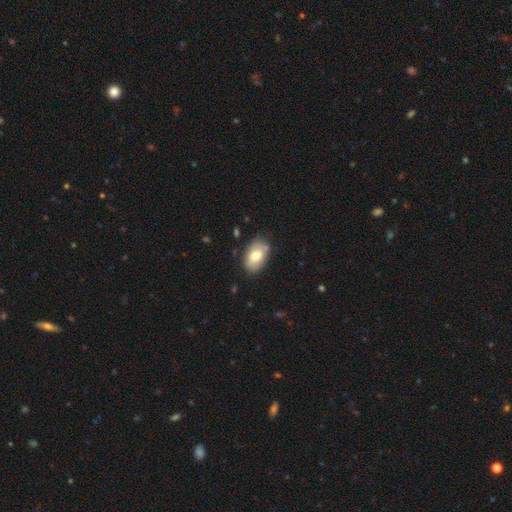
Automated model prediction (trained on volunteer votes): This appears to be a smooth galaxy with no disk features (72%) that is in between round and cigar-shaped (91%). Merging: none (76%).